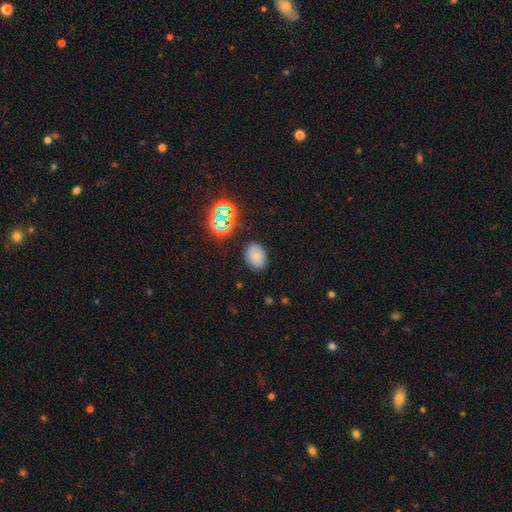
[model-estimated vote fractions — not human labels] Morphology: type=smooth (78%); roundness=in between (78%); merging=none (84%).